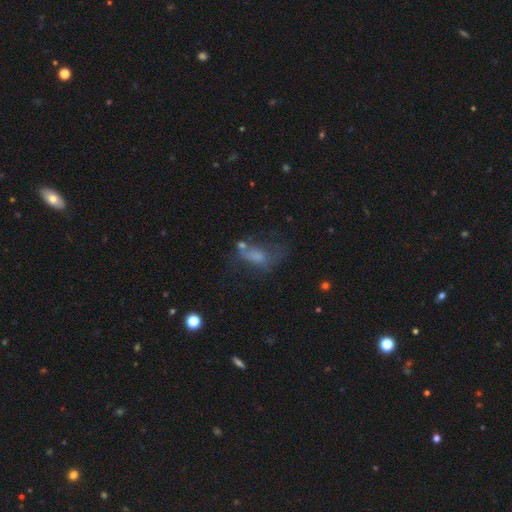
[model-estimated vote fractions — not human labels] The model was most divided on "merging": major disturbance: 37%, none: 30%, minor disturbance: 21%, merger: 12%. Remaining: smooth or featured — smooth (49%).